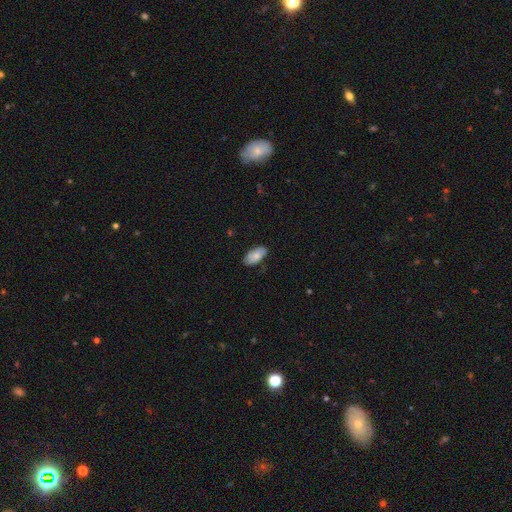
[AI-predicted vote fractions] A smooth galaxy with no disk features (69%) that is in between round and cigar-shaped (93%). Merging: none (78%).